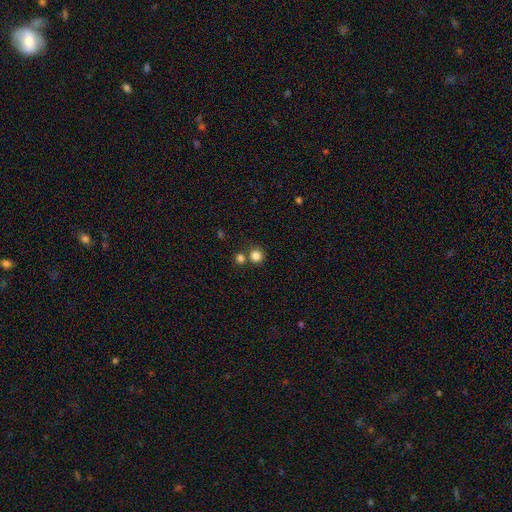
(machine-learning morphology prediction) Overall: smooth (83%). How rounded: round (91%). Merging: none (68%).